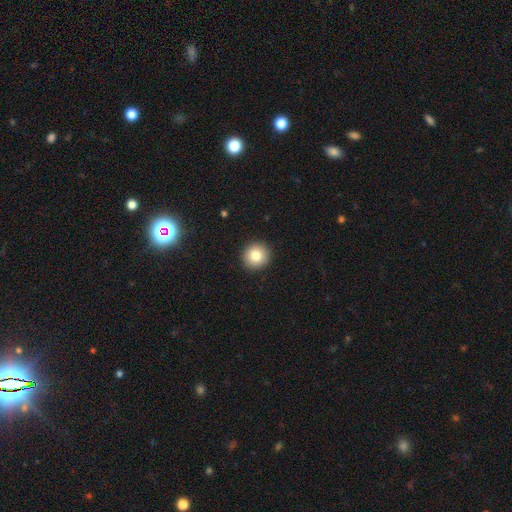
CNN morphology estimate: smooth_or_featured: smooth (p=0.82) [alt: star or artifact p=0.10]
how_rounded: round (p=0.94) [alt: in between p=0.05]
merging: none (p=0.93) [alt: minor disturbance p=0.05]